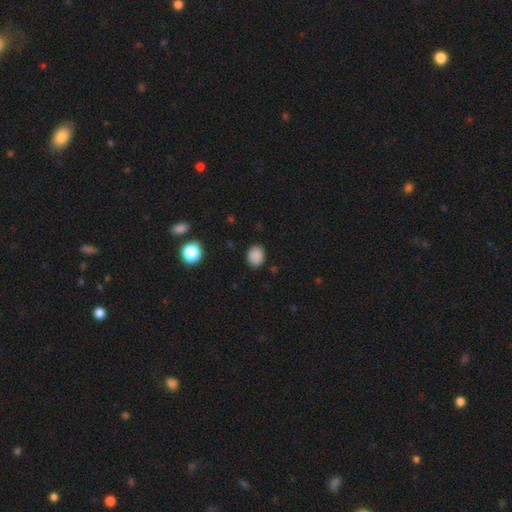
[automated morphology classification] Smooth or featured? smooth (86%)
How rounded? round (60%)
Merging? none (85%)